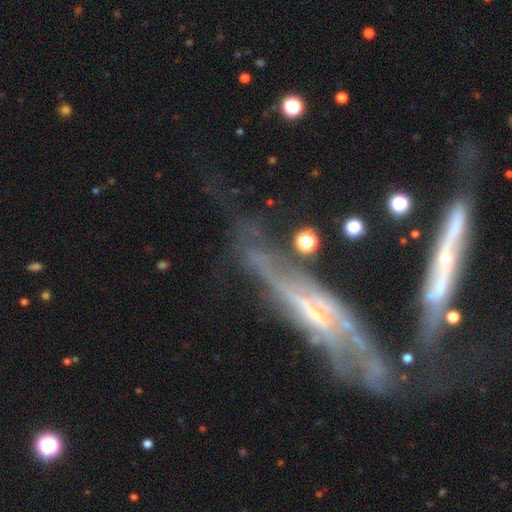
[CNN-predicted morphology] The model was most divided on "edge-on disk": yes: 59%, no: 41%. Remaining: smooth or featured — featured or disk (75%); merging — none (49%).